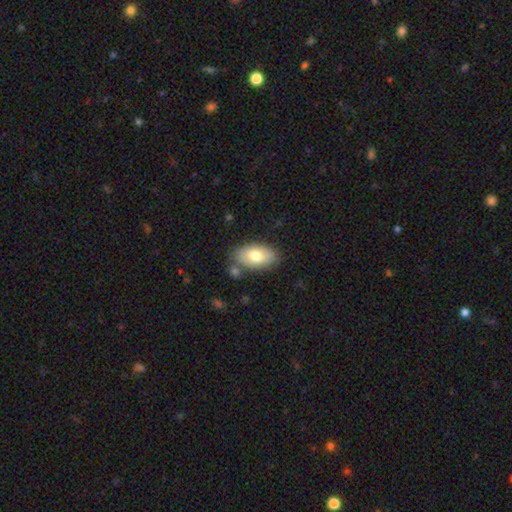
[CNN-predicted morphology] Smooth or featured? Predicted: smooth (p=0.75). How rounded? Predicted: in between (p=0.94). Merging? Predicted: none (p=0.76).